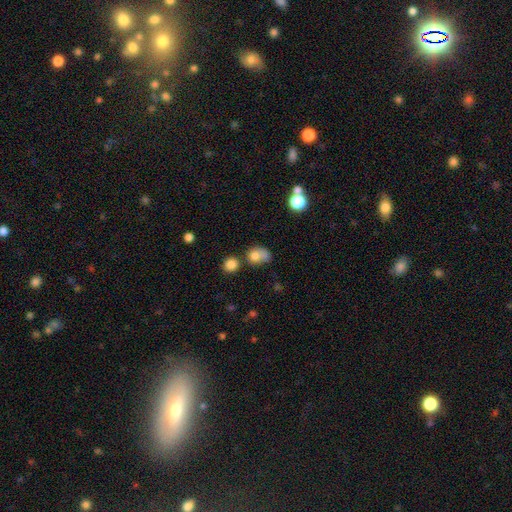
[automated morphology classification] Smooth or featured: smooth — 76% (featured or disk — 12%)
How rounded: round — 55% (in between — 43%)
Merging: none — 35% (merger — 32%)